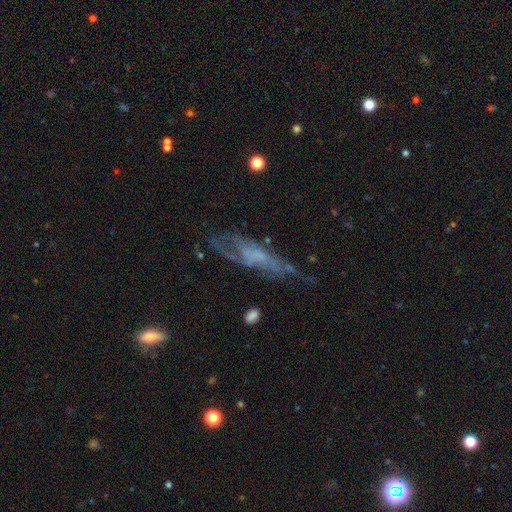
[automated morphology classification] smooth_or_featured: featured or disk (p=0.62) [alt: smooth p=0.26]
disk_edge_on: no (p=0.69) [alt: yes p=0.31]
merging: none (p=0.51) [alt: minor disturbance p=0.24]